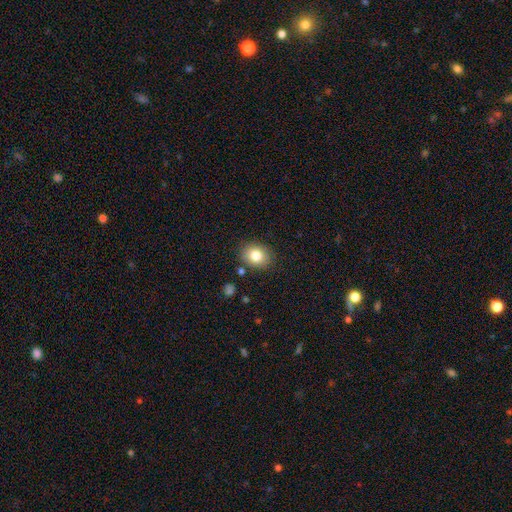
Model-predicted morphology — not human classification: Smooth or featured?
  - smooth: 81% *
  - star or artifact: 10%
  - featured or disk: 9%
How rounded?
  - round: 52% *
  - in between: 47%
  - cigar-shaped: 1%
Merging?
  - none: 84% *
  - minor disturbance: 10%
  - merger: 3%
  - major disturbance: 3%